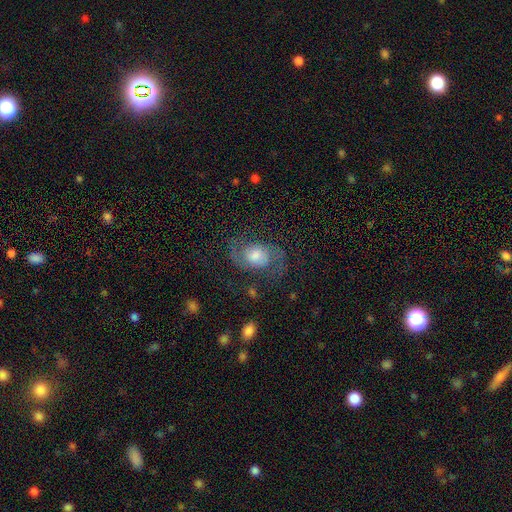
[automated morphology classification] Smooth or featured? Predicted: featured or disk (p=0.66). Edge-on disk? Predicted: no (p=0.97). Bar? Predicted: no (p=0.63). Spiral arms? Predicted: yes (p=0.88). Spiral winding? Predicted: medium (p=0.50). Spiral arm count? Predicted: 2 (p=0.88). Bulge size? Predicted: moderate (p=0.50). Merging? Predicted: none (p=0.67).